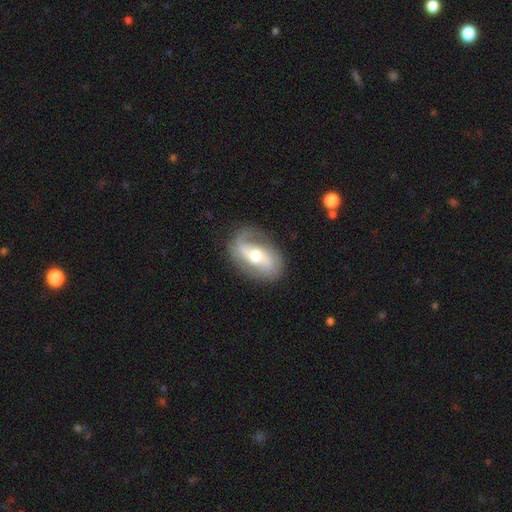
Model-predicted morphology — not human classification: type=featured or disk (80%); edge-on=no (95%); bar=weak (37%); spiral arms=yes (90%); winding=loose (46%); arm count=2 (83%); bulge=moderate (70%); merging=none (77%).